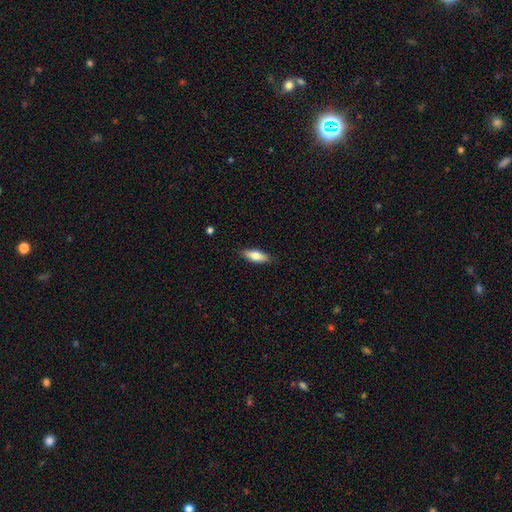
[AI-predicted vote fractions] Smooth or featured?
  - smooth: 72% *
  - featured or disk: 22%
  - star or artifact: 6%
How rounded?
  - in between: 64% *
  - cigar-shaped: 34%
  - round: 2%
Merging?
  - none: 86% *
  - minor disturbance: 11%
  - major disturbance: 2%
  - merger: 1%